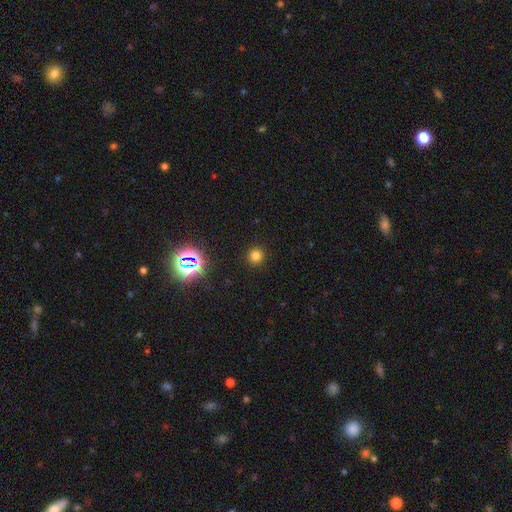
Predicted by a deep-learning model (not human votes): Overall: smooth (76%). How rounded: round (94%). Merging: none (92%).